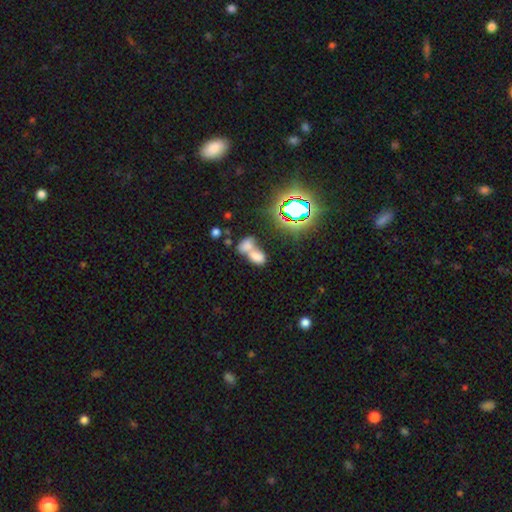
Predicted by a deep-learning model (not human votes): Overall: smooth (68%). How rounded: in between (85%). Merging: merger (75%).